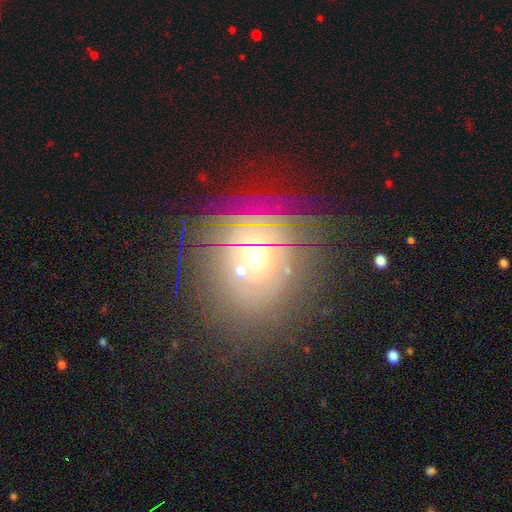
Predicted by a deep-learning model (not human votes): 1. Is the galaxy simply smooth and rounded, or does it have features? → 37% smooth, 32% star or artifact, 30% featured or disk.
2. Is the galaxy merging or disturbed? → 76% none, 12% minor disturbance, 8% major disturbance, 4% merger.